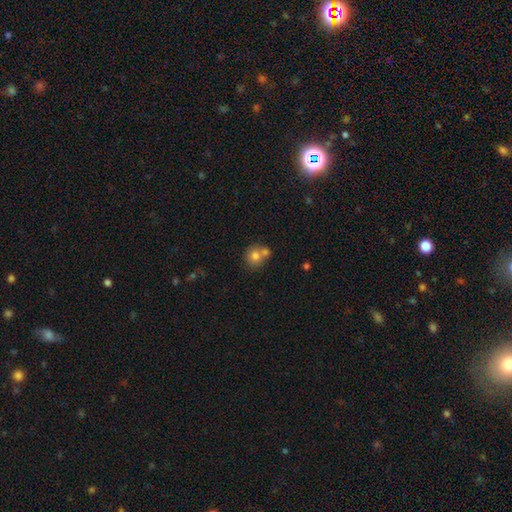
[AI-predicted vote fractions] smooth_or_featured: smooth (p=0.76) [alt: featured or disk p=0.14]
how_rounded: round (p=0.83) [alt: in between p=0.16]
merging: none (p=0.45) [alt: merger p=0.44]